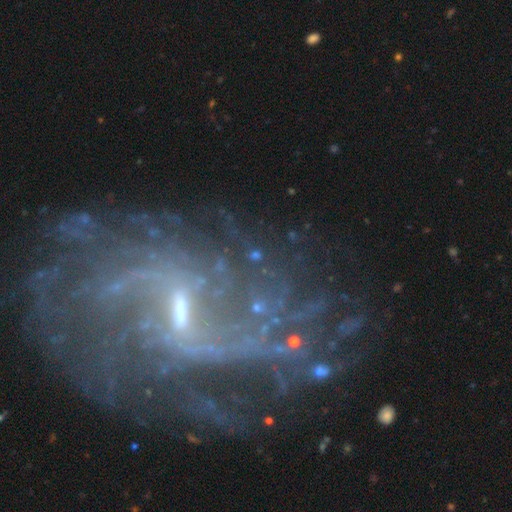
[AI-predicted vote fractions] A featured or disk galaxy (61%) with no bar (35%, tied with strong), spiral arms (80%) and a small central bulge (48%). Merging: none (68%).